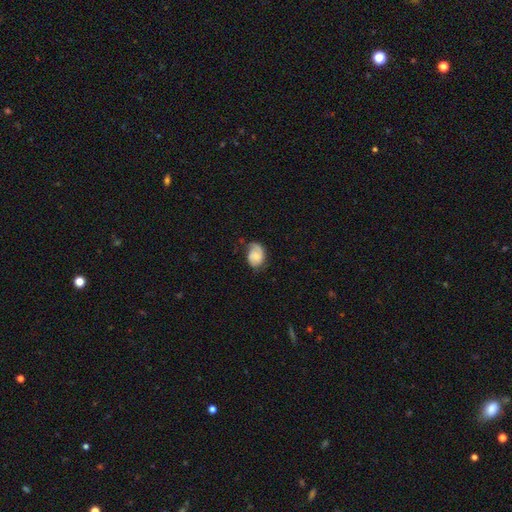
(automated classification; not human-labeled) smooth_or_featured: featured or disk (p=0.50) [alt: smooth p=0.43]
merging: none (p=0.52) [alt: minor disturbance p=0.32]